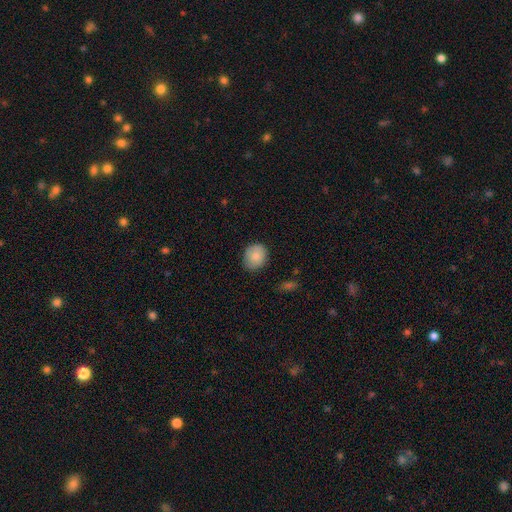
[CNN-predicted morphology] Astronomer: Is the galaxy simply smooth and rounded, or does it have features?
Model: smooth — 83%.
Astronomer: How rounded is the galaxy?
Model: round — 71%.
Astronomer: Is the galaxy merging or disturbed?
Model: none — 80%.